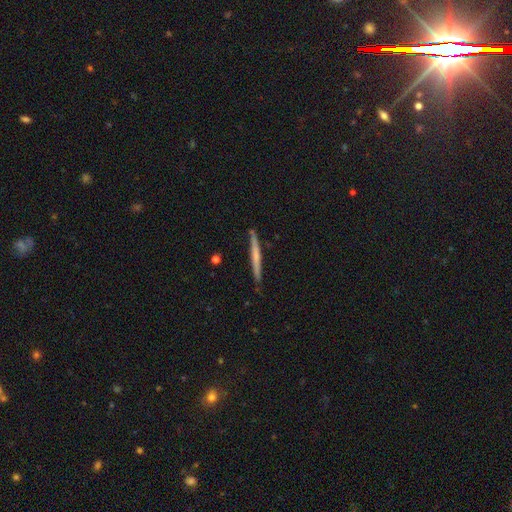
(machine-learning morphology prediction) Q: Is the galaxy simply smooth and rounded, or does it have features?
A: featured or disk — 48%.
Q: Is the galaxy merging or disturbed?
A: none — 87%.